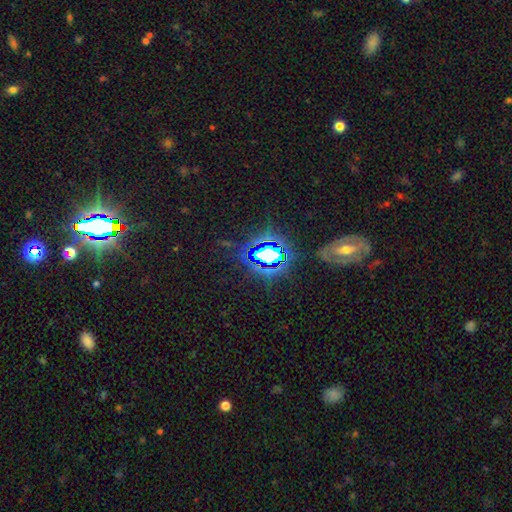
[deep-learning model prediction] star or artifact 74%, smooth 14%, featured or disk 12%.